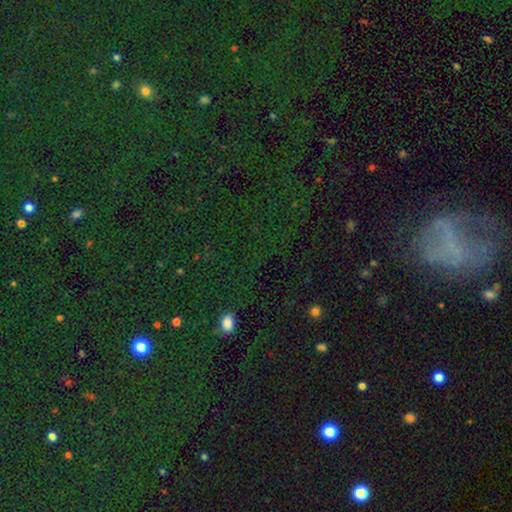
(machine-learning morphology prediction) Smooth or featured? star or artifact (74%)